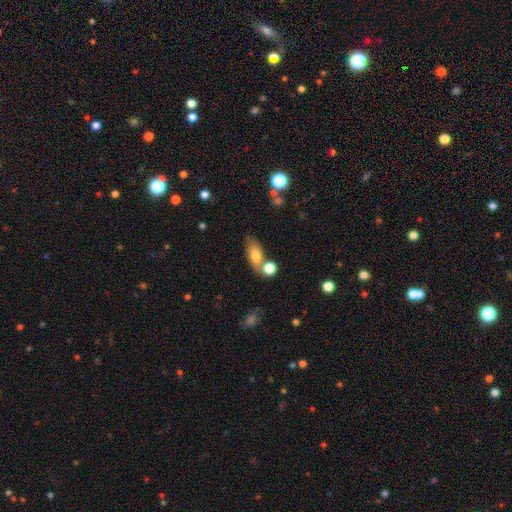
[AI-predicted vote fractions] The model was most divided on "merging": none: 57%, merger: 24%, minor disturbance: 15%, major disturbance: 5%. More confident: how rounded — in between (82%); smooth or featured — smooth (75%).